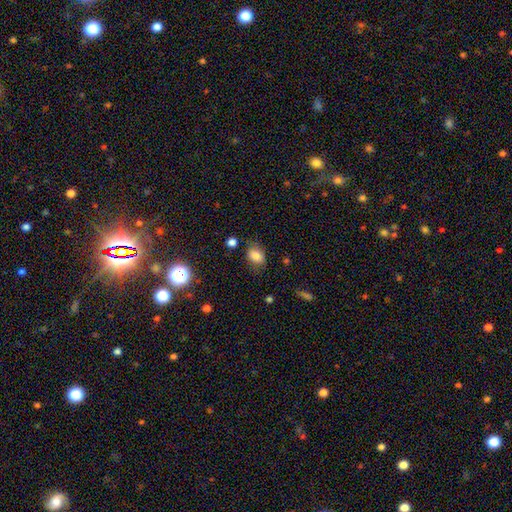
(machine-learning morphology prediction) The model was most divided on "merging": none: 69%, minor disturbance: 21%, major disturbance: 7%, merger: 3%. More confident: smooth or featured — smooth (78%); how rounded — in between (74%).